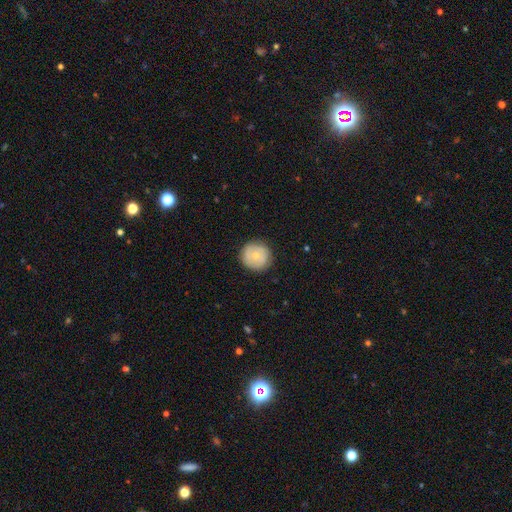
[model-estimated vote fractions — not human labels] A smooth galaxy with no disk features (67%) that is round (94%).

Vote fractions:
- Smooth or featured? smooth: 67% / featured or disk: 26% / star or artifact: 7%
- How rounded? round: 94% / in between: 5% / cigar-shaped: 1%
- Merging? none: 86% / minor disturbance: 11% / major disturbance: 3% / merger: 1%